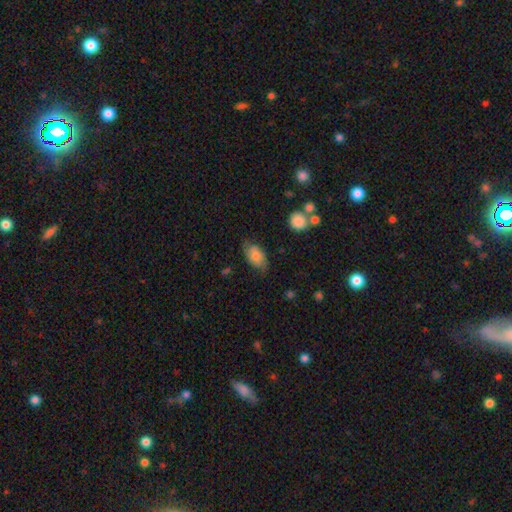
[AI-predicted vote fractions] Overall: smooth (66%; featured or disk 27%). How rounded: in between (91%). Merging: none (66%).